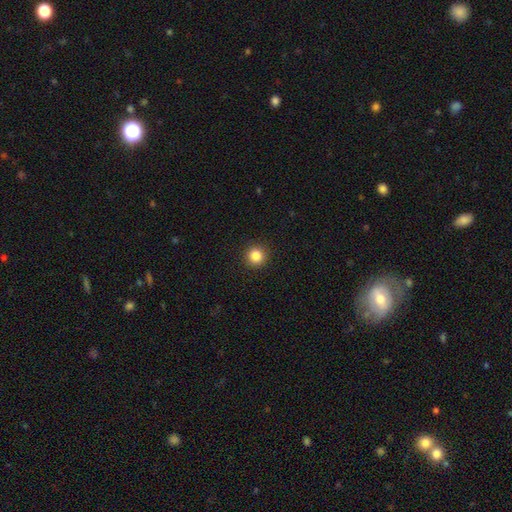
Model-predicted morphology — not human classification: smooth_or_featured: smooth (p=0.85) [alt: star or artifact p=0.11]
how_rounded: round (p=0.94) [alt: in between p=0.05]
merging: none (p=0.92) [alt: minor disturbance p=0.05]